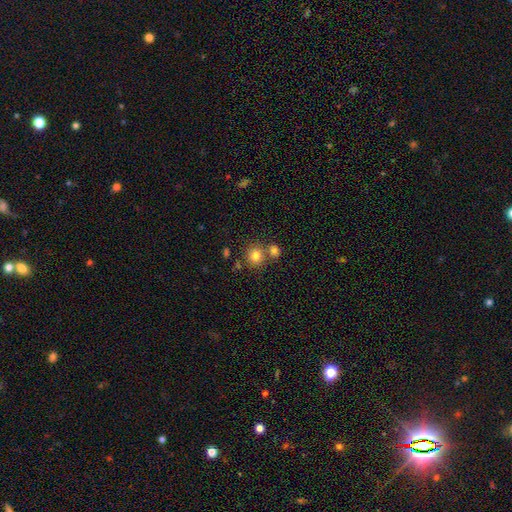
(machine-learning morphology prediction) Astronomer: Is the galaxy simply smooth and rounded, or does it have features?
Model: smooth — 80%.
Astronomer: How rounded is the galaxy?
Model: round — 87%.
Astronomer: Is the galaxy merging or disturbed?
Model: none — 65%.